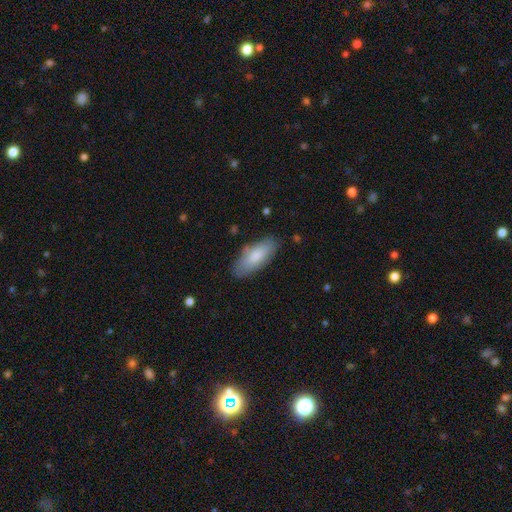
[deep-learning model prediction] A smooth galaxy with no disk features (81%) that is in between round and cigar-shaped (80%).

Vote fractions:
- Smooth or featured? smooth: 81% / featured or disk: 14% / star or artifact: 5%
- How rounded? in between: 80% / cigar-shaped: 19% / round: 2%
- Merging? none: 80% / minor disturbance: 15% / major disturbance: 3% / merger: 2%